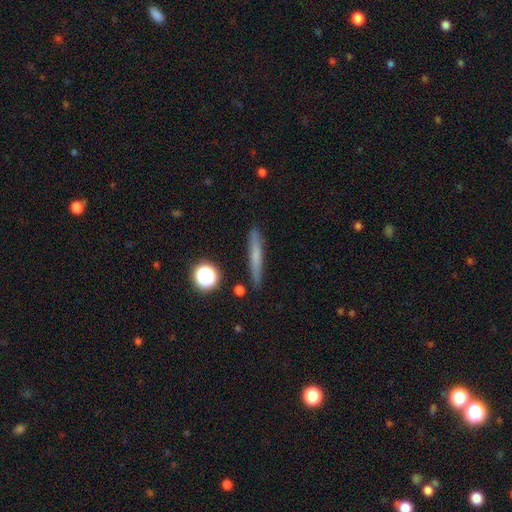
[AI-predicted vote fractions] The model was most divided on "smooth or featured": smooth: 56%, featured or disk: 33%, star or artifact: 11%. More confident: how rounded — cigar-shaped (91%); merging — none (87%).